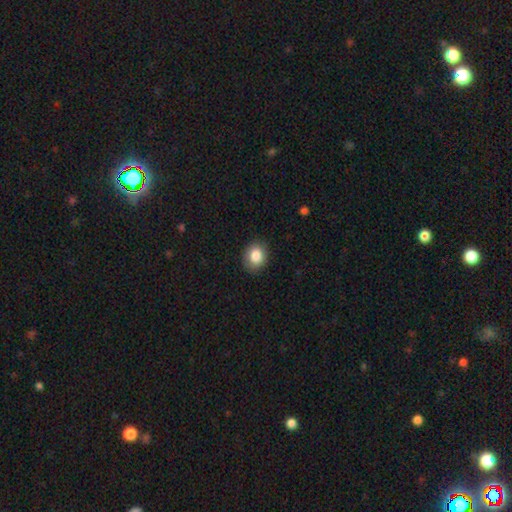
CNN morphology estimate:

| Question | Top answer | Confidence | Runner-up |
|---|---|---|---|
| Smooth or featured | smooth | 85% | star or artifact (8%) |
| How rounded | round | 52% | in between (47%) |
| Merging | none | 88% | minor disturbance (9%) |